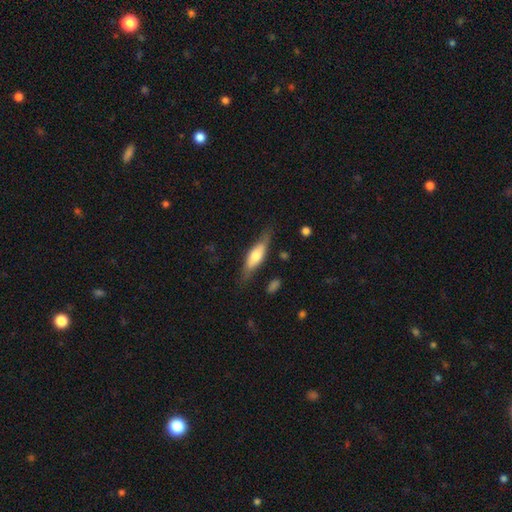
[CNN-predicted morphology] Smooth or featured? smooth (55%)
How rounded? cigar-shaped (56%)
Merging? none (74%)